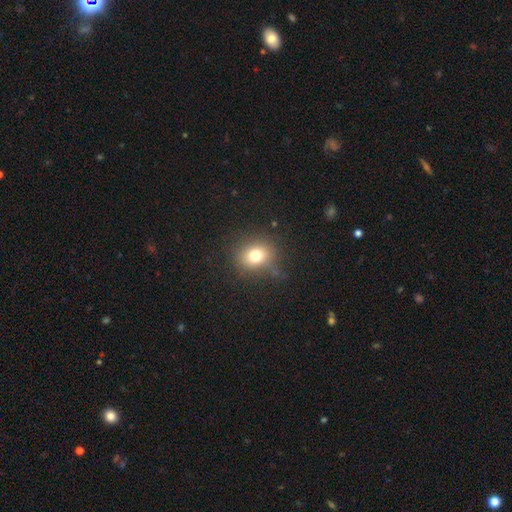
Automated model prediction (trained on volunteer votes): Smooth or featured?
  - smooth: 75% *
  - star or artifact: 15%
  - featured or disk: 11%
How rounded?
  - round: 66% *
  - in between: 33%
  - cigar-shaped: 1%
Merging?
  - none: 78% *
  - minor disturbance: 15%
  - major disturbance: 6%
  - merger: 1%